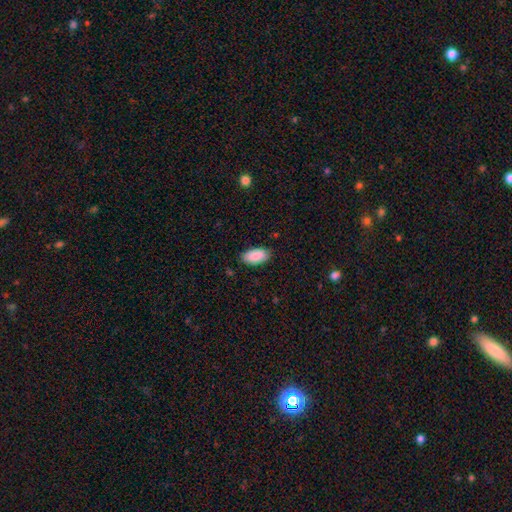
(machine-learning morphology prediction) This is clearly a smooth galaxy (90%). How rounded: clearly in between (95%). Merging: clearly none (84%).